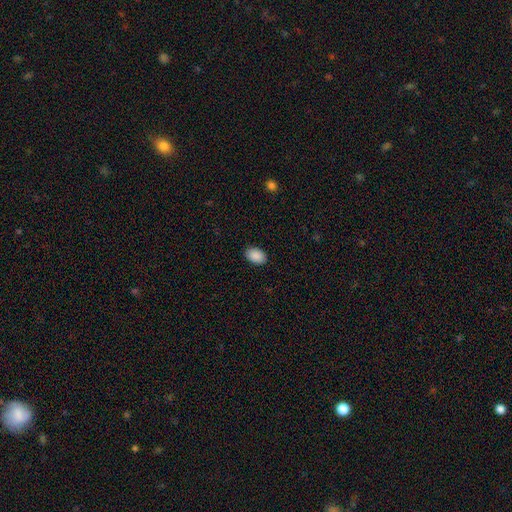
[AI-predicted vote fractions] Q: Smooth or featured?
A: smooth (91%); runner-up: star or artifact (7%)
Q: How rounded?
A: in between (89%); runner-up: round (10%)
Q: Merging?
A: none (90%); runner-up: minor disturbance (8%)